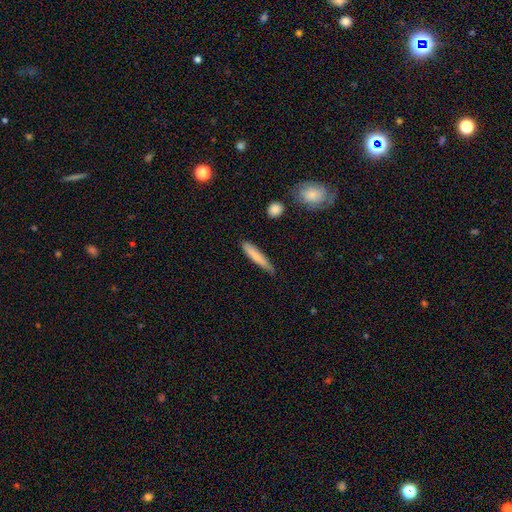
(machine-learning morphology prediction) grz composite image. It shows a smooth galaxy with no disk features (75%) that is cigar-shaped (91%). Merging: none (76%).